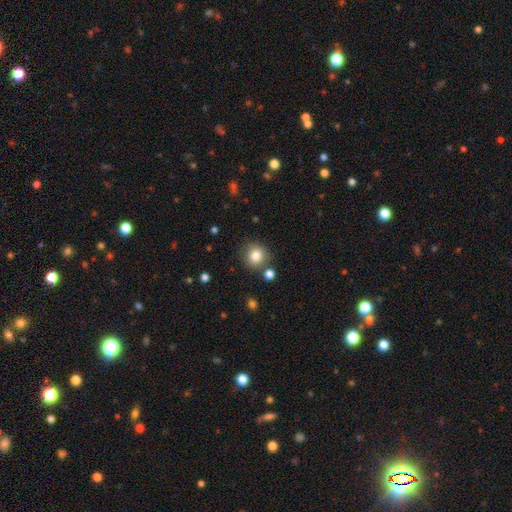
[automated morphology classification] Q: Smooth or featured?
A: smooth (82%); runner-up: star or artifact (11%)
Q: How rounded?
A: round (90%); runner-up: in between (9%)
Q: Merging?
A: none (81%); runner-up: minor disturbance (9%)